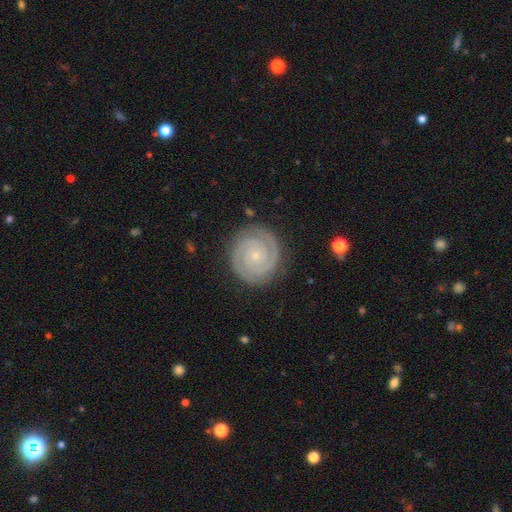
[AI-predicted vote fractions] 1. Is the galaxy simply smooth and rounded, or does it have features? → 91% featured or disk, 5% star or artifact, 4% smooth.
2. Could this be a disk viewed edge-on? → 98% no, 2% yes.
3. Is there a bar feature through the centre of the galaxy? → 78% no, 16% weak, 6% strong.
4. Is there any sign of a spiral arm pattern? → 99% yes, 1% no.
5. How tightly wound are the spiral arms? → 85% tight, 13% medium, 2% loose.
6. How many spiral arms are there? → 87% 2, 6% 3, 3% can't tell, 2% 4, 2% 1, 1% more than 4.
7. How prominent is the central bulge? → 83% small, 12% moderate, 3% none, 1% large, 1% dominant.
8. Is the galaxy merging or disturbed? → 86% none, 10% minor disturbance, 2% major disturbance, 1% merger.